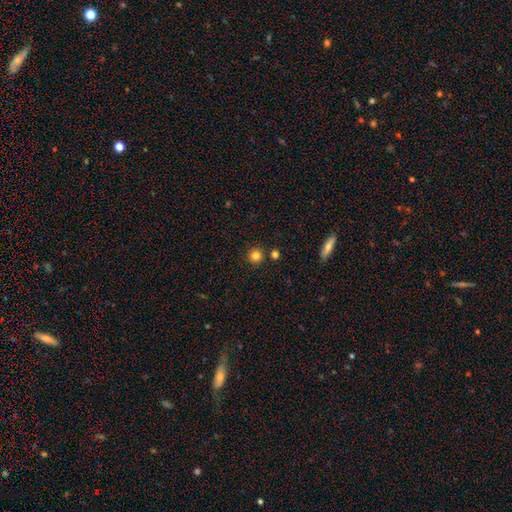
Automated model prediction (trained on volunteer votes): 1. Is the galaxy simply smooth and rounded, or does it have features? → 82% smooth, 12% star or artifact, 6% featured or disk.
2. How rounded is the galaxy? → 94% round, 5% in between, 1% cigar-shaped.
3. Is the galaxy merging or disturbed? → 87% none, 6% minor disturbance, 5% merger, 2% major disturbance.